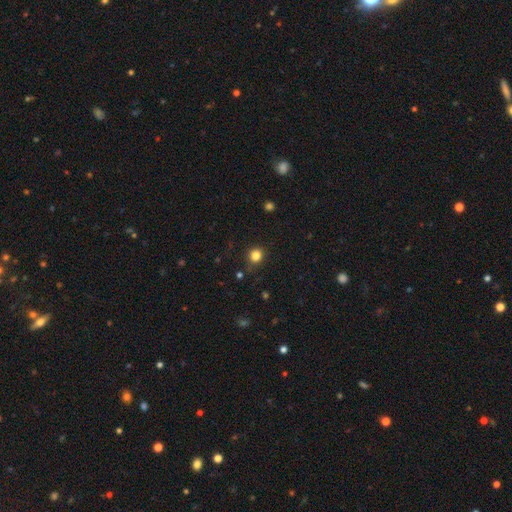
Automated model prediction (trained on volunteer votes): Morphology: type=smooth (82%); roundness=round (89%); merging=none (86%).